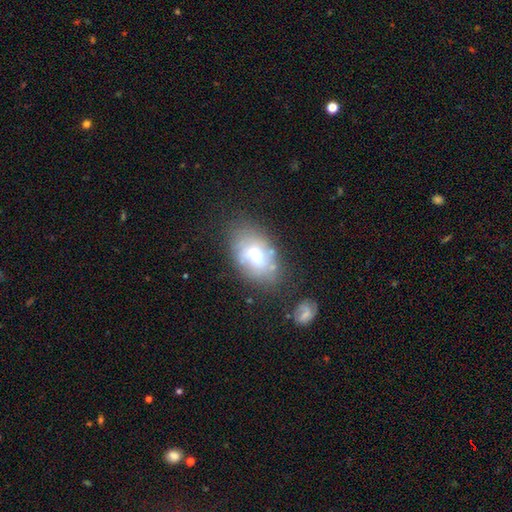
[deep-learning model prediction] A smooth galaxy with no disk features (55%) that is in between round and cigar-shaped (86%). Merging: none (64%).